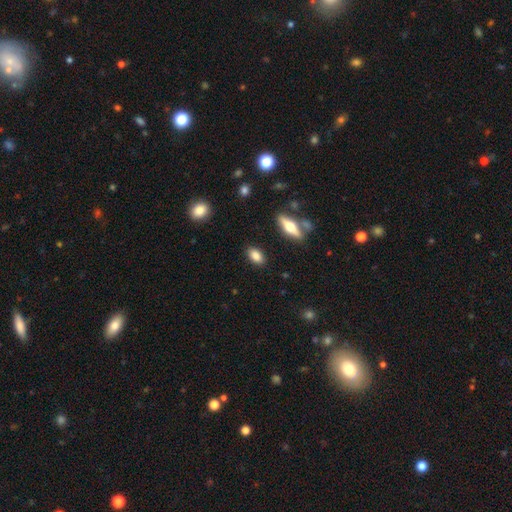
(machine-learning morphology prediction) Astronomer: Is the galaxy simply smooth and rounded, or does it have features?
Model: smooth — 82%.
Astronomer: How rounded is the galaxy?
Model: in between — 85%.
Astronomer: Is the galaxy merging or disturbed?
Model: none — 87%.